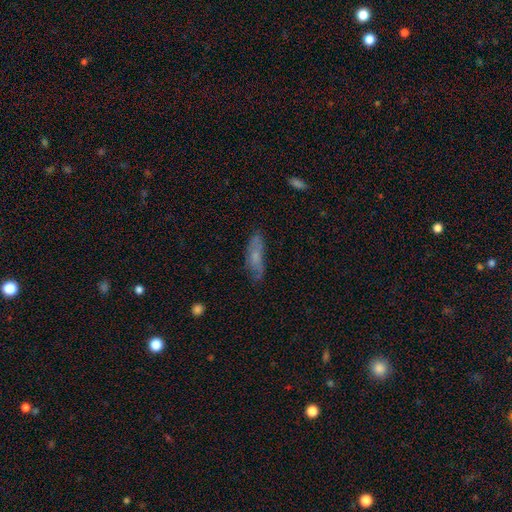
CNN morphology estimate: type=smooth (59%); roundness=cigar-shaped (50%); merging=none (64%).